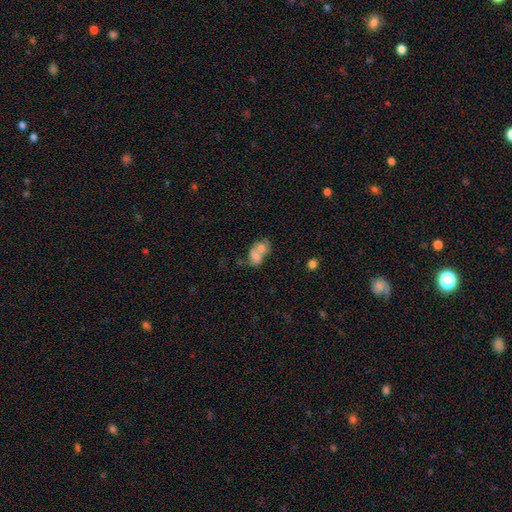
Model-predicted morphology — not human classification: This appears to be a smooth galaxy with no disk features (65%) that is in between round and cigar-shaped (71%). Merging: merger (69%).